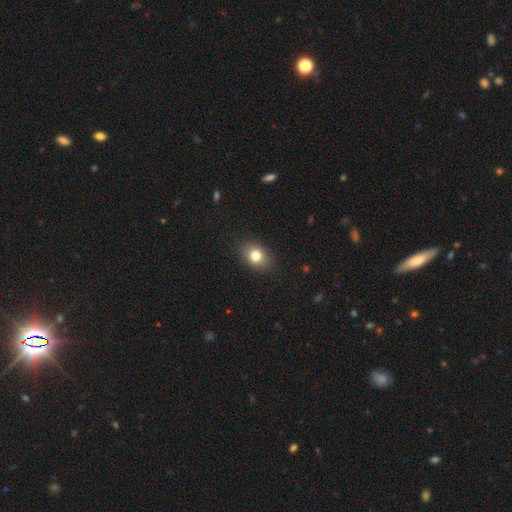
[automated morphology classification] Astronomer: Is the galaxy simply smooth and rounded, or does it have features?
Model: smooth — 81%.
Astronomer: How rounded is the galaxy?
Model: in between — 60% (runner-up: round, 39%).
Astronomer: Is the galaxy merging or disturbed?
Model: none — 87%.